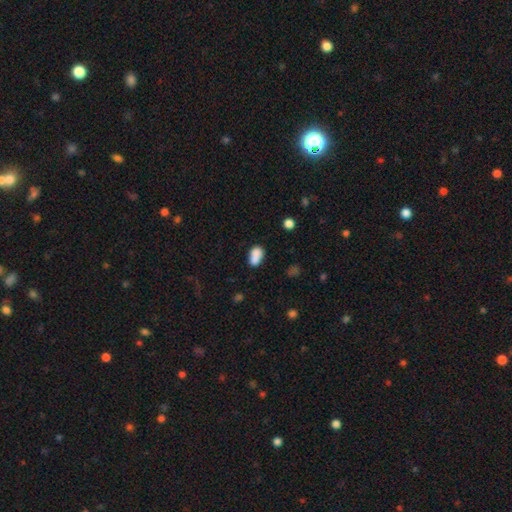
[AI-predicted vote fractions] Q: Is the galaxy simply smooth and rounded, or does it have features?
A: smooth — 83%.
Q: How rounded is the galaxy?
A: in between — 87%.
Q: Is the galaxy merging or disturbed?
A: none — 55%.